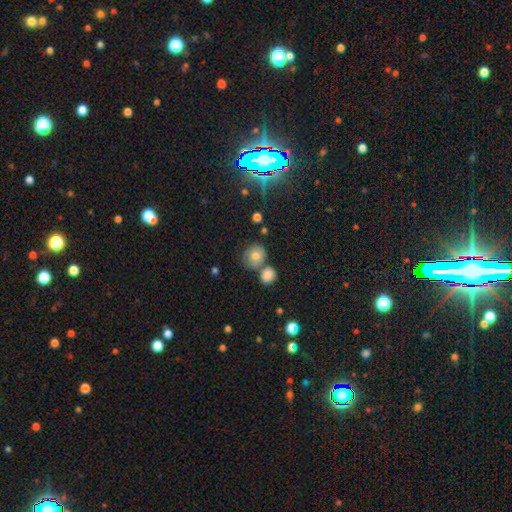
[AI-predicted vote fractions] smooth-or-featured: smooth: 74% | featured or disk: 15% | star or artifact: 12%
  how-rounded: round: 76% | in between: 23% | cigar-shaped: 1%
  merging: none: 56% | merger: 26% | minor disturbance: 13% | major disturbance: 4%